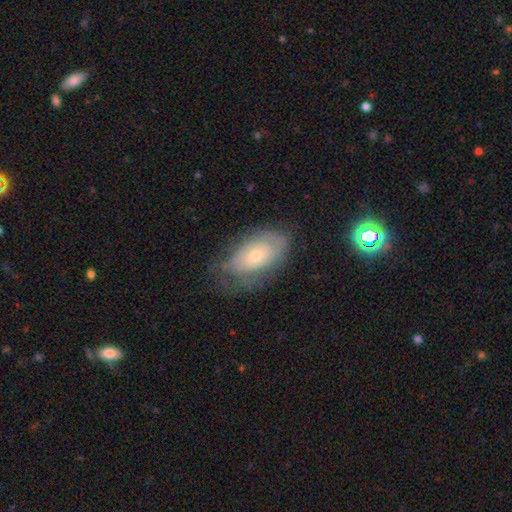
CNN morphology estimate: Overall: featured or disk (54%; smooth 38%). Edge-on disk: no (92%). Merging: none (60%; minor disturbance 26%).